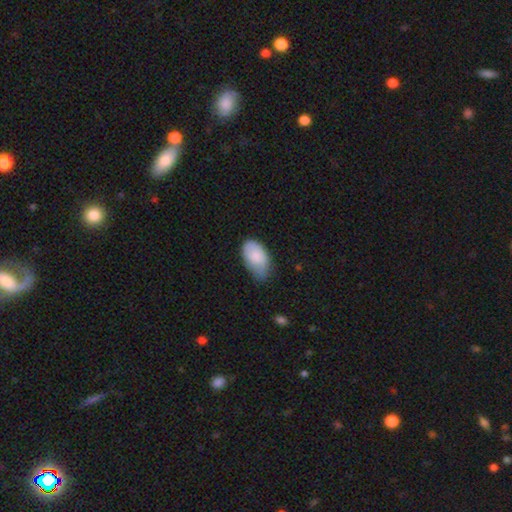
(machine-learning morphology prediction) smooth_or_featured: smooth (p=0.82) [alt: featured or disk p=0.12]
how_rounded: in between (p=0.94) [alt: round p=0.05]
merging: minor disturbance (p=0.46) [alt: none p=0.41]